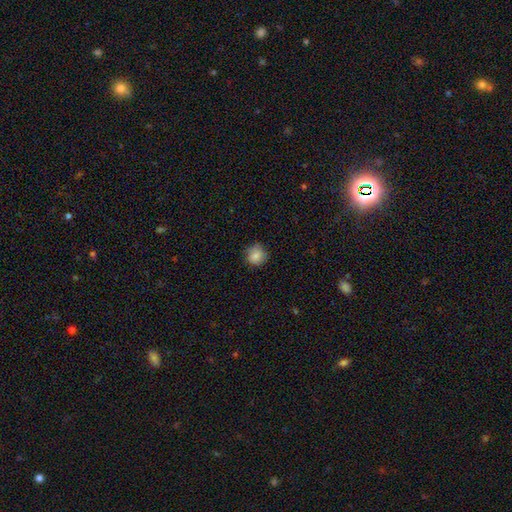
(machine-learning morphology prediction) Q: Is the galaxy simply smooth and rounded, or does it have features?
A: smooth — 83%.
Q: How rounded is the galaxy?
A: round — 90%.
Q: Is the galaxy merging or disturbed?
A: none — 79%.